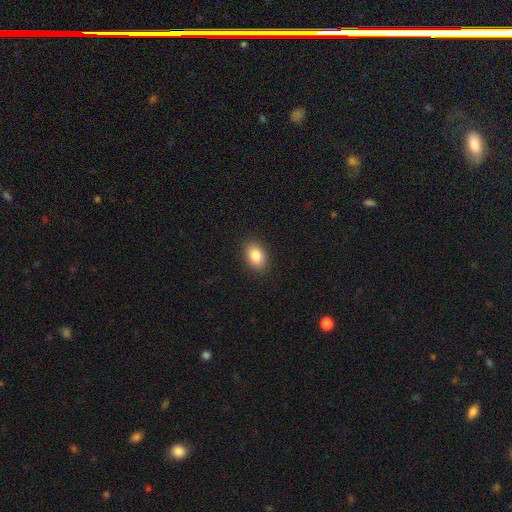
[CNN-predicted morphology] This appears to be a smooth galaxy with no disk features (84%) that is in between round and cigar-shaped (82%). Merging: none (89%).